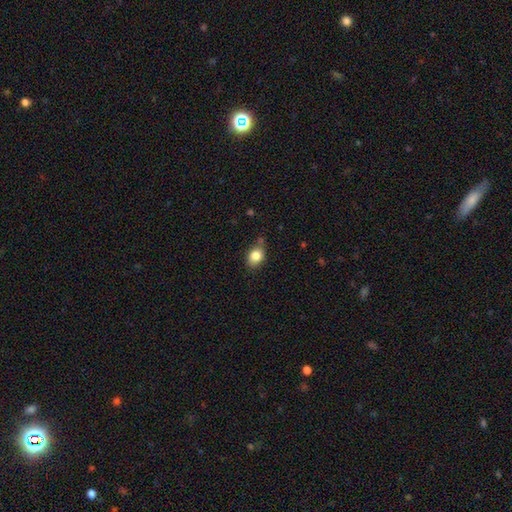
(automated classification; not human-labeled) smooth_or_featured: smooth (p=0.83) [alt: star or artifact p=0.09]
how_rounded: in between (p=0.60) [alt: round p=0.38]
merging: none (p=0.67) [alt: minor disturbance p=0.24]